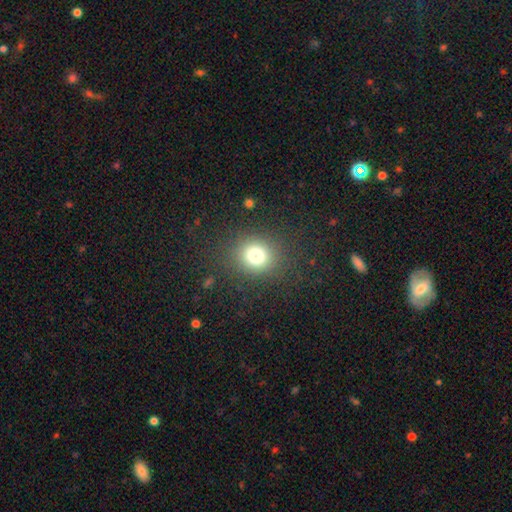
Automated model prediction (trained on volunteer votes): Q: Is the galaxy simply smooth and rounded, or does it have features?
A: smooth — 77%.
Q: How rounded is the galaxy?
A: round — 80%.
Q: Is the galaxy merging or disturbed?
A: none — 85%.